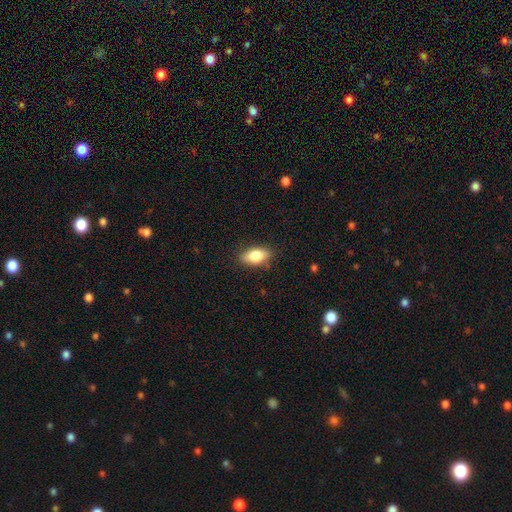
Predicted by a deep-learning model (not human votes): Morphology: type=smooth (77%); roundness=in between (86%); merging=none (85%).